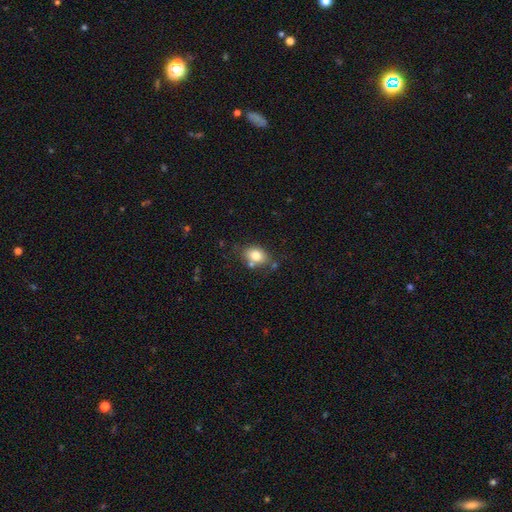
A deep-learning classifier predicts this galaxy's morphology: smooth-or-featured: smooth: 79% | featured or disk: 11% | star or artifact: 10%
  how-rounded: in between: 66% | round: 33% | cigar-shaped: 1%
  merging: none: 68% | minor disturbance: 17% | merger: 11% | major disturbance: 4%